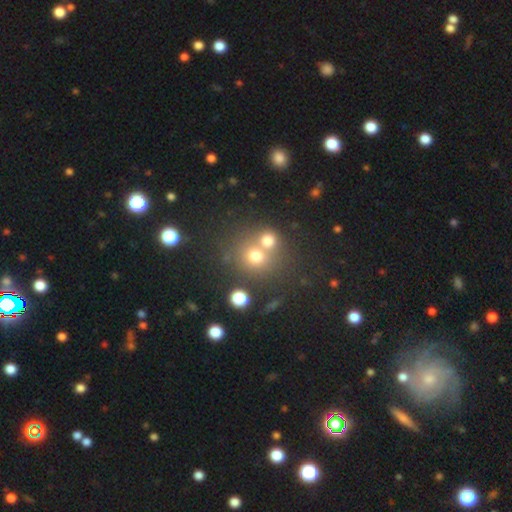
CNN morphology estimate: Smooth or featured? smooth (70%)
How rounded? round (84%)
Merging? none (47%)